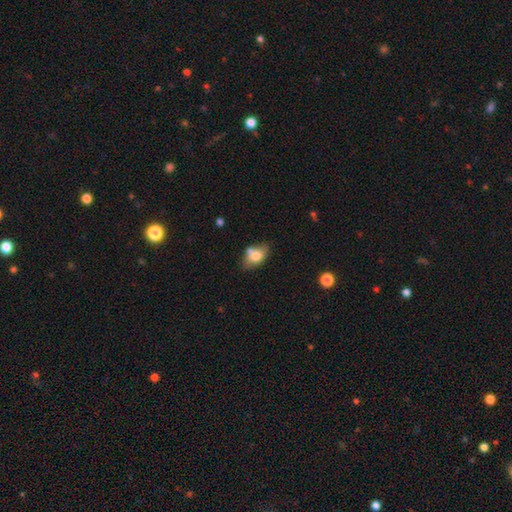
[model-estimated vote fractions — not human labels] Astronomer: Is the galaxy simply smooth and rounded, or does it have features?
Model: smooth — 74%.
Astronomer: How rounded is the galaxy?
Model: in between — 87%.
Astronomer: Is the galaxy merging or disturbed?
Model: none — 59%.